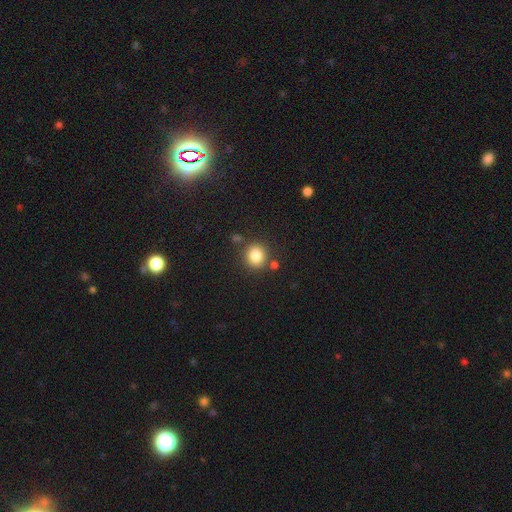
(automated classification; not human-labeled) This is clearly a smooth galaxy (84%). How rounded: clearly round (84%). Merging: likely none (79%).